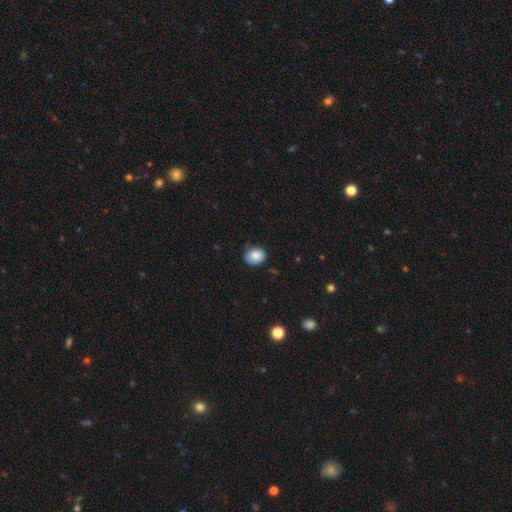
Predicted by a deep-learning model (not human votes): This is clearly a smooth galaxy (85%). How rounded: likely round (63%). Merging: likely none (75%).